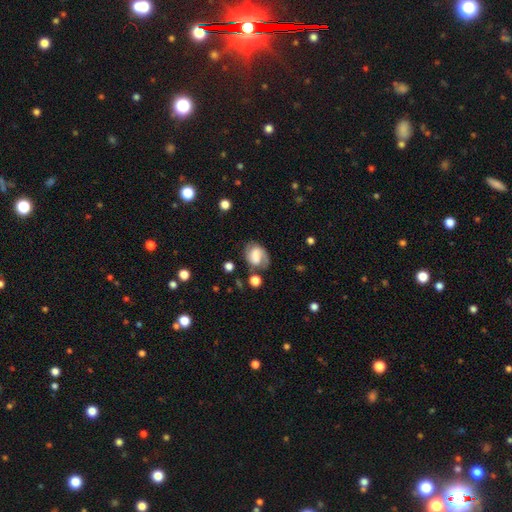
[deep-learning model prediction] Q: Smooth or featured?
A: featured or disk (46%); runner-up: smooth (45%)
Q: Merging?
A: none (55%); runner-up: minor disturbance (24%)